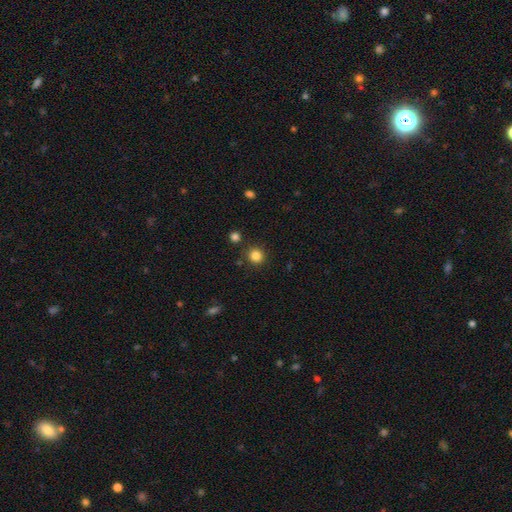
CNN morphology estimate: This appears to be a smooth galaxy with no disk features (84%) that is round (92%). Merging: none (86%).